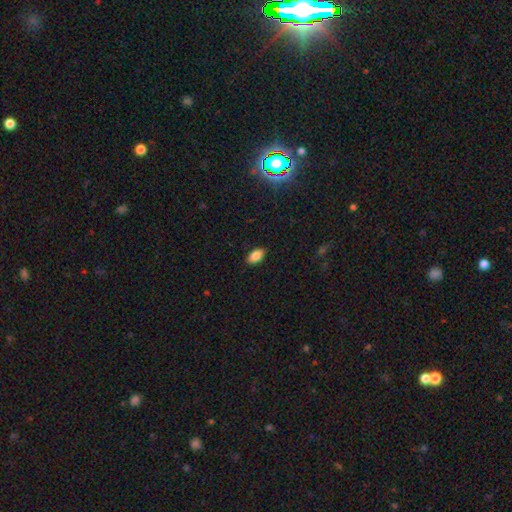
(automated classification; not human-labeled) This appears to be a smooth galaxy with no disk features (86%) that is in between round and cigar-shaped (93%). Merging: none (88%).